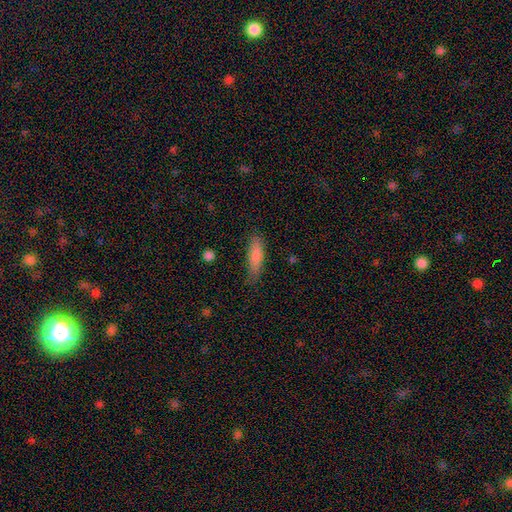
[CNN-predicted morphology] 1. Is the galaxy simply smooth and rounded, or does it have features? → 84% smooth, 10% featured or disk, 7% star or artifact.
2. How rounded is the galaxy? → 50% cigar-shaped, 48% in between, 2% round.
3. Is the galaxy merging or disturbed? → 72% none, 21% minor disturbance, 5% major disturbance, 2% merger.